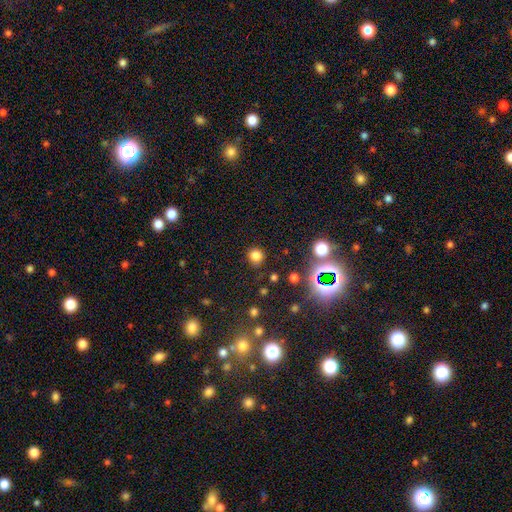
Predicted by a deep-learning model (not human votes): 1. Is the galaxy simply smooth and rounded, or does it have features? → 78% smooth, 17% star or artifact, 5% featured or disk.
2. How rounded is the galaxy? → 90% round, 9% in between, 1% cigar-shaped.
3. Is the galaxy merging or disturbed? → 84% none, 10% minor disturbance, 3% major disturbance, 2% merger.